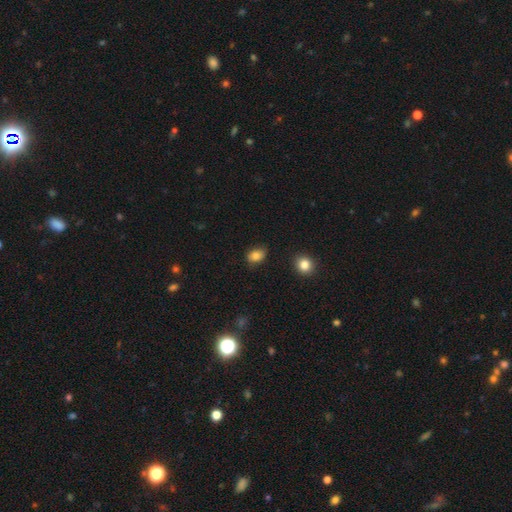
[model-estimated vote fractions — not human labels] Smooth or featured: smooth — 83% (star or artifact — 10%)
How rounded: in between — 75% (round — 24%)
Merging: none — 74% (minor disturbance — 21%)